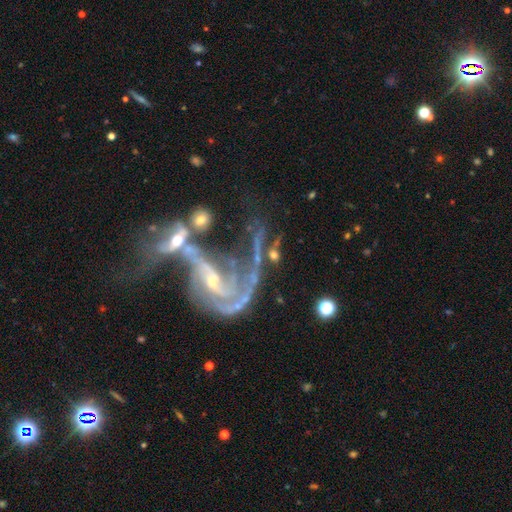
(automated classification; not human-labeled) Morphology: type=featured or disk (86%); edge-on=no (96%); bar=no (40%); spiral arms=yes (89%); winding=loose (56%); arm count=2 (58%); bulge=small (56%); merging=merger (60%).